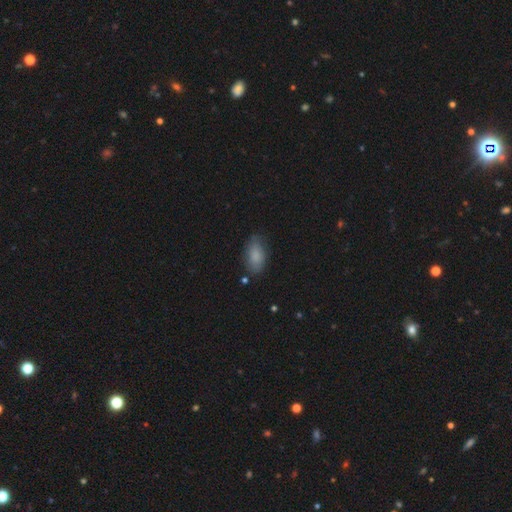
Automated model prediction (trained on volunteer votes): Overall: smooth (85%). How rounded: in between (92%). Merging: none (75%).